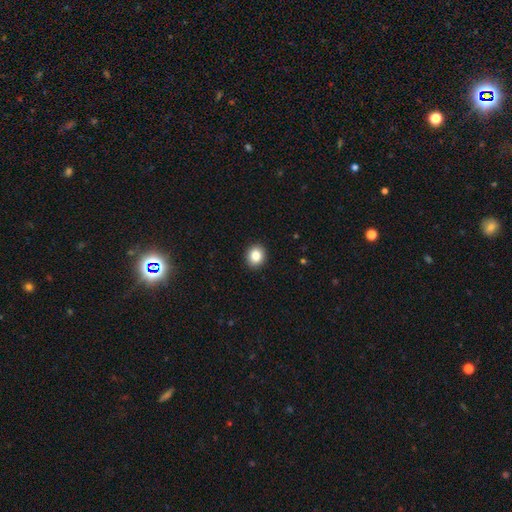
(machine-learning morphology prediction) Q: Smooth or featured?
A: smooth (85%); runner-up: star or artifact (9%)
Q: How rounded?
A: round (70%); runner-up: in between (29%)
Q: Merging?
A: none (92%); runner-up: minor disturbance (5%)